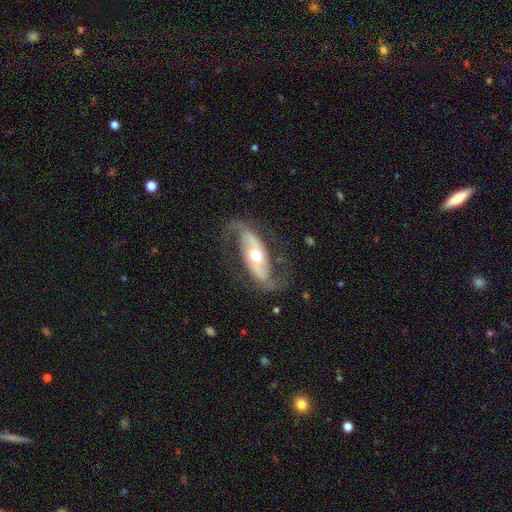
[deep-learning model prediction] smooth-or-featured: featured or disk: 87% | smooth: 8% | star or artifact: 4%
  disk-edge-on: no: 93% | yes: 7%
    bar: no: 38% | strong: 35% | weak: 28%
    has-spiral-arms: yes: 94% | no: 6%
      spiral-winding: loose: 49% | medium: 40% | tight: 12%
      spiral-arm-count: 2: 92% | can't tell: 3% | 1: 2% | 3: 1% | 4: 1% | more than 4: 1%
    bulge-size: moderate: 73% | small: 15% | large: 10% | dominant: 1% | none: 1%
  merging: none: 74% | minor disturbance: 14% | major disturbance: 10% | merger: 1%